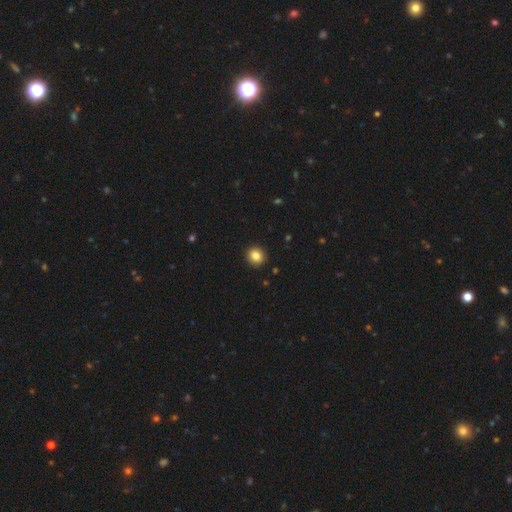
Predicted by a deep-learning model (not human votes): Smooth or featured: smooth — 86% (star or artifact — 10%)
How rounded: round — 90% (in between — 9%)
Merging: none — 92% (minor disturbance — 5%)